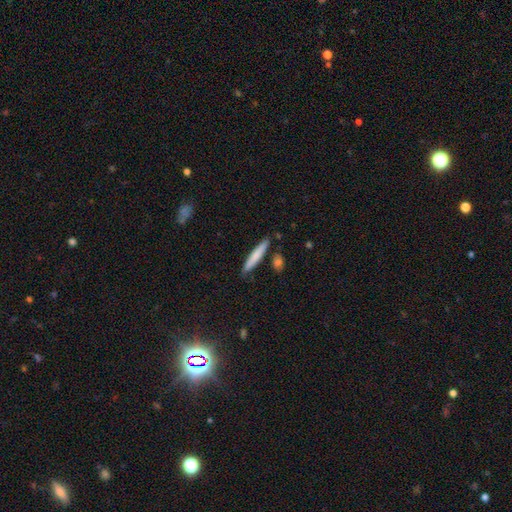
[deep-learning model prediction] A smooth galaxy with no disk features (74%) that is cigar-shaped (93%).

Vote fractions:
- Smooth or featured? smooth: 74% / featured or disk: 20% / star or artifact: 5%
- How rounded? cigar-shaped: 93% / in between: 6% / round: 1%
- Merging? none: 84% / minor disturbance: 10% / merger: 4% / major disturbance: 2%